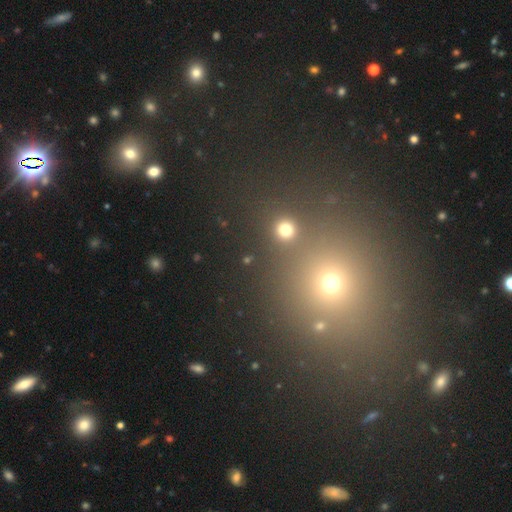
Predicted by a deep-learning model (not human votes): This appears to be a star or artifact, not a galaxy (46%).